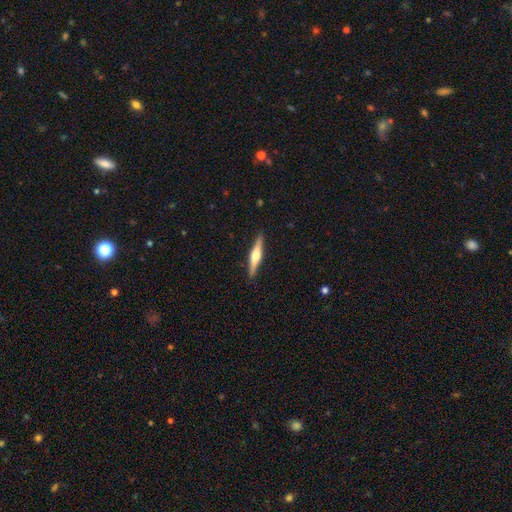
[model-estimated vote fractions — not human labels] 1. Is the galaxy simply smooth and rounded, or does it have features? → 68% featured or disk, 27% smooth, 5% star or artifact.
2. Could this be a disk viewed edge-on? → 98% yes, 2% no.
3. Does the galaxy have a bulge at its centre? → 92% rounded, 5% boxy, 3% none.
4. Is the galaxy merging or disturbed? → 91% none, 7% minor disturbance, 1% major disturbance, 1% merger.